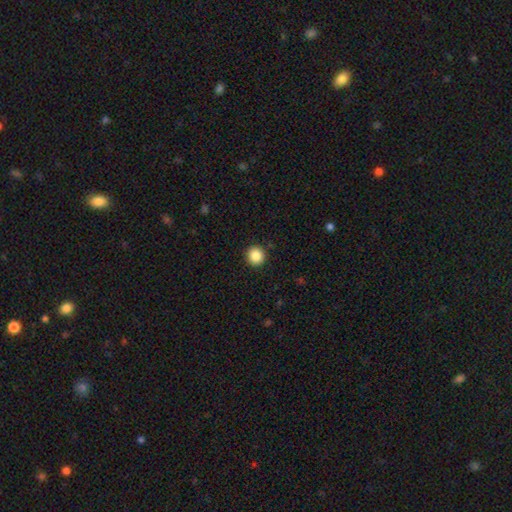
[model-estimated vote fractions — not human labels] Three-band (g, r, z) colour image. It shows a smooth galaxy with no disk features (88%) that is round (94%). Merging: none (92%).